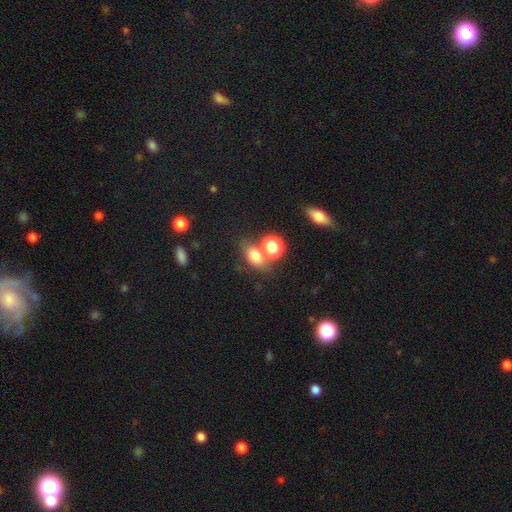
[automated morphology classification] smooth-or-featured: smooth: 73% | star or artifact: 16% | featured or disk: 11%
  how-rounded: in between: 66% | round: 30% | cigar-shaped: 4%
  merging: none: 56% | merger: 26% | minor disturbance: 13% | major disturbance: 5%